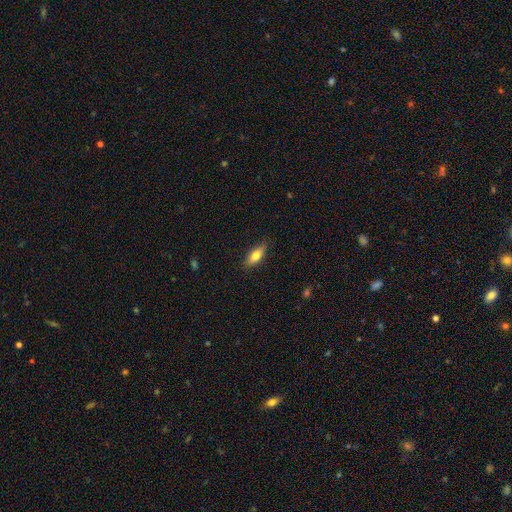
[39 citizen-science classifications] Smooth or featured?
  - smooth: 79% *
  - featured or disk: 13%
  - star or artifact: 8%
How rounded?
  - in between: 77% *
  - cigar-shaped: 19%
  - round: 3%
Merging?
  - none: 89% *
  - minor disturbance: 11%
  - major disturbance: 0%
  - merger: 0%